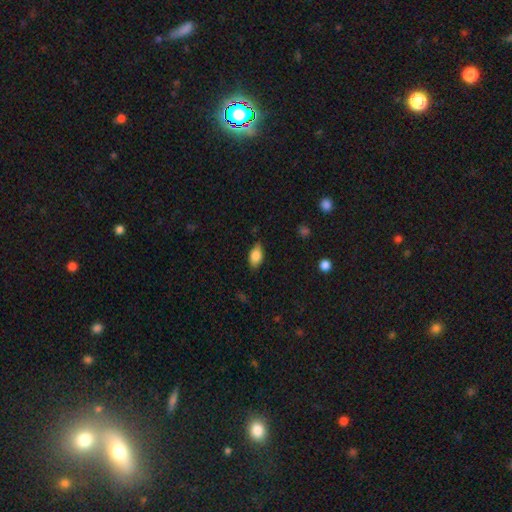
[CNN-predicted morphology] Overall: smooth (79%). How rounded: in between (88%). Merging: none (75%).